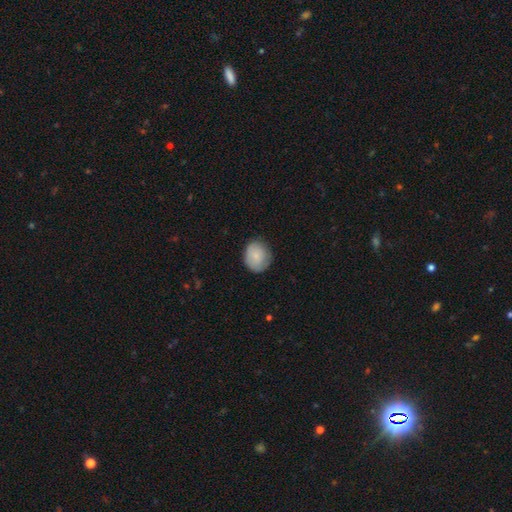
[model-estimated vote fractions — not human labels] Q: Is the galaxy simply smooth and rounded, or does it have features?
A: smooth — 83%.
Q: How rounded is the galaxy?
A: round — 66%.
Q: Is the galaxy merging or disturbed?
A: none — 78%.